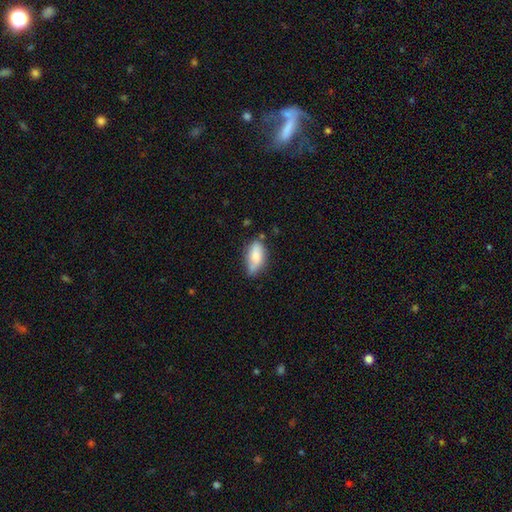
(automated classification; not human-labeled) smooth-or-featured: smooth: 73% | featured or disk: 20% | star or artifact: 7%
  how-rounded: in between: 83% | cigar-shaped: 14% | round: 3%
  merging: none: 52% | minor disturbance: 33% | major disturbance: 8% | merger: 6%